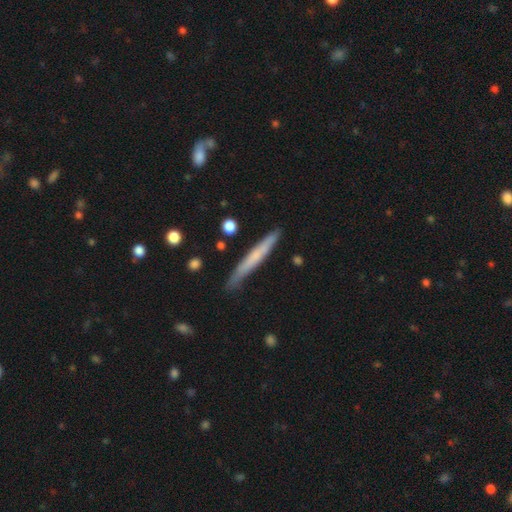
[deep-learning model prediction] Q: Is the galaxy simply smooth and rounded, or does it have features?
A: smooth — 56%.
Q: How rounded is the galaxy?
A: cigar-shaped — 96%.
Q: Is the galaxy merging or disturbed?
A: none — 84%.